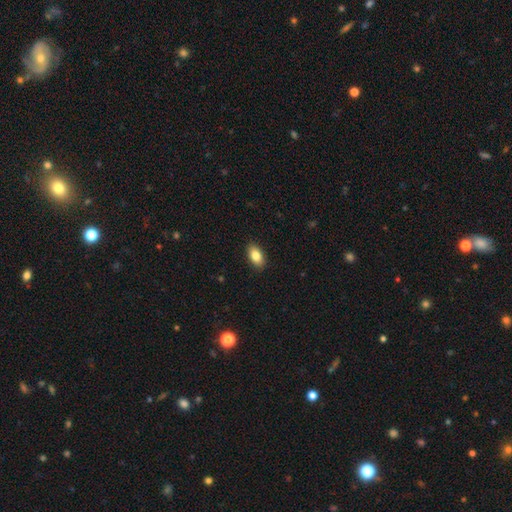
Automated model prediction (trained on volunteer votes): Morphology: type=smooth (85%); roundness=in between (92%); merging=none (89%).